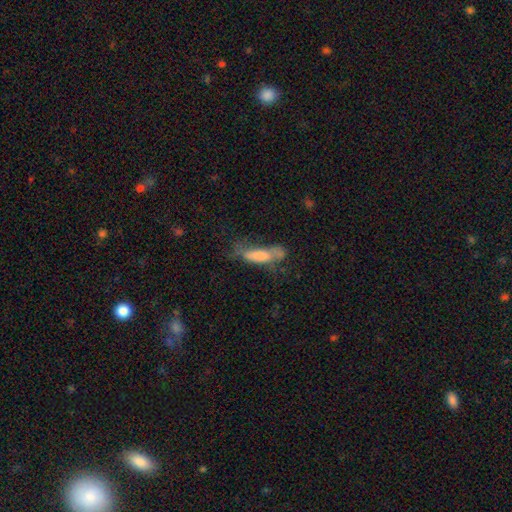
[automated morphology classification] smooth-or-featured: smooth: 43% | featured or disk: 36% | star or artifact: 21%
  merging: none: 49% | minor disturbance: 21% | major disturbance: 18% | merger: 11%